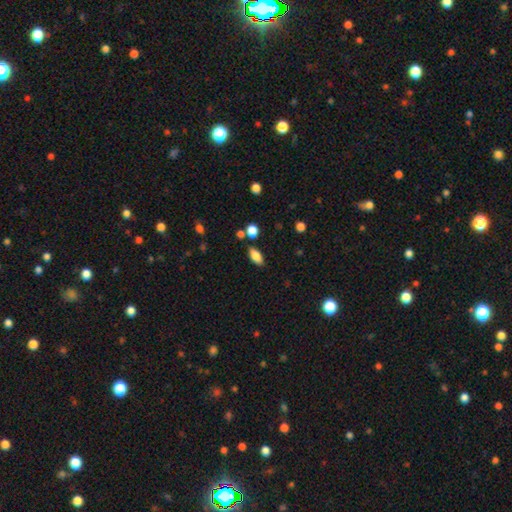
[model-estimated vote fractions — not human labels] Smooth or featured?
  - smooth: 84% *
  - star or artifact: 9%
  - featured or disk: 8%
How rounded?
  - in between: 87% *
  - cigar-shaped: 9%
  - round: 4%
Merging?
  - none: 80% *
  - minor disturbance: 12%
  - merger: 5%
  - major disturbance: 3%